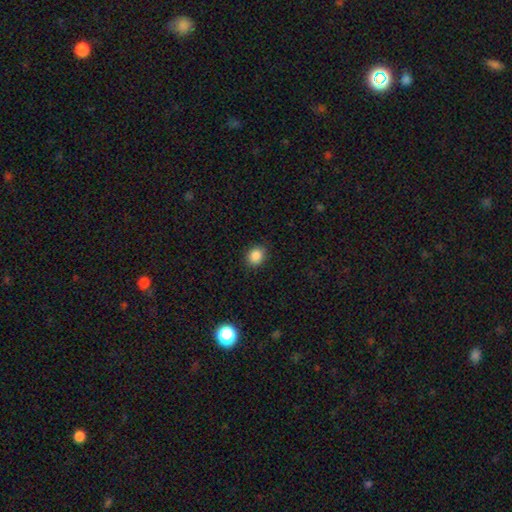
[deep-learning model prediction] A smooth galaxy with no disk features (86%) that is round (59%).

Vote fractions:
- Smooth or featured? smooth: 86% / star or artifact: 10% / featured or disk: 4%
- How rounded? round: 59% / in between: 40% / cigar-shaped: 1%
- Merging? none: 87% / minor disturbance: 10% / major disturbance: 3% / merger: 1%